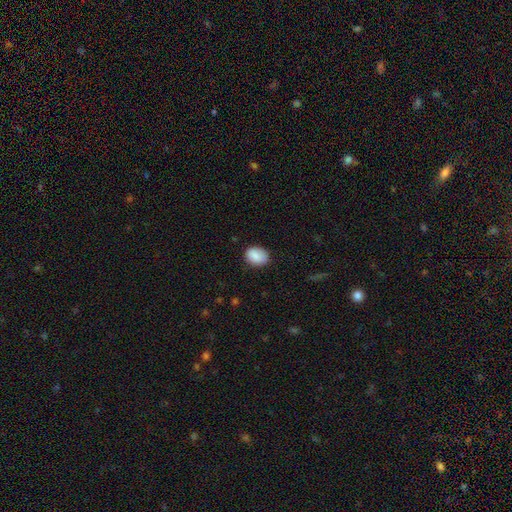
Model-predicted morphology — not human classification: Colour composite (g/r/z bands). It shows a smooth galaxy with no disk features (87%) that is in between round and cigar-shaped (59%). Merging: none (81%).